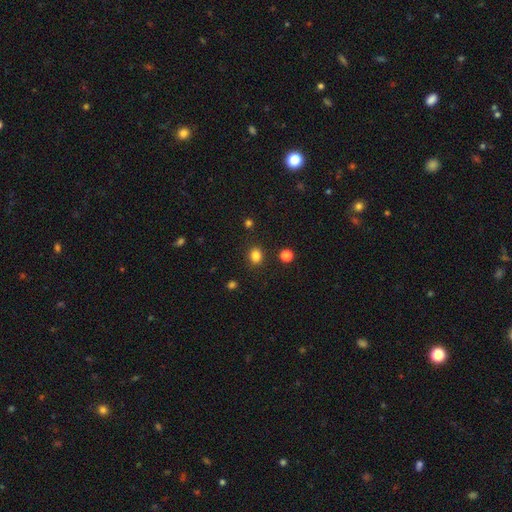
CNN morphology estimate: type=smooth (83%); roundness=round (69%); merging=none (88%).